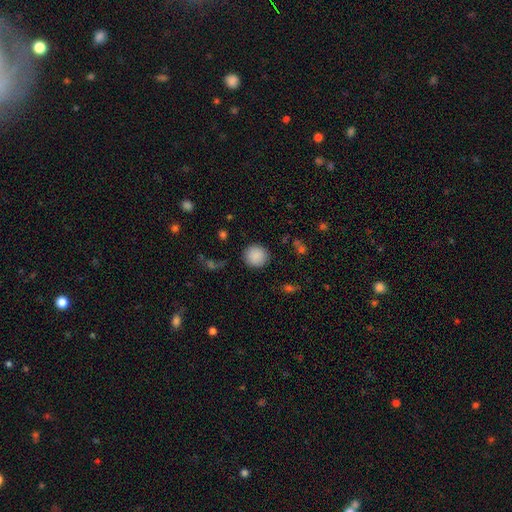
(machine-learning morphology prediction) Smooth or featured: smooth — 88% (star or artifact — 8%)
How rounded: round — 93% (in between — 6%)
Merging: none — 89% (minor disturbance — 7%)